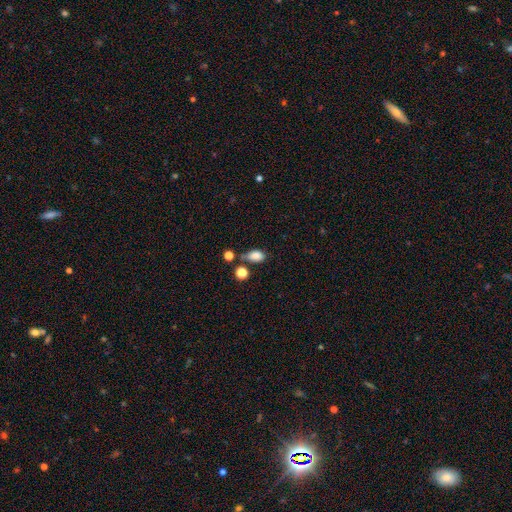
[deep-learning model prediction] smooth_or_featured: smooth (p=0.83) [alt: star or artifact p=0.10]
how_rounded: in between (p=0.85) [alt: round p=0.13]
merging: none (p=0.51) [alt: minor disturbance p=0.24]